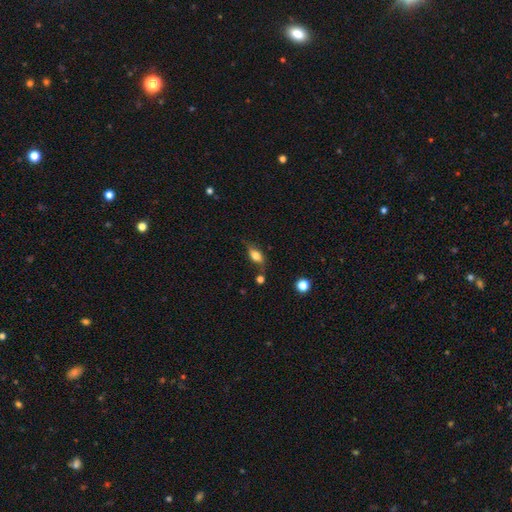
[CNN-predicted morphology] A smooth galaxy with no disk features (62%) that is in between round and cigar-shaped (78%).

Vote fractions:
- Smooth or featured? smooth: 62% / featured or disk: 29% / star or artifact: 9%
- How rounded? in between: 78% / cigar-shaped: 14% / round: 7%
- Merging? none: 59% / minor disturbance: 25% / major disturbance: 9% / merger: 7%